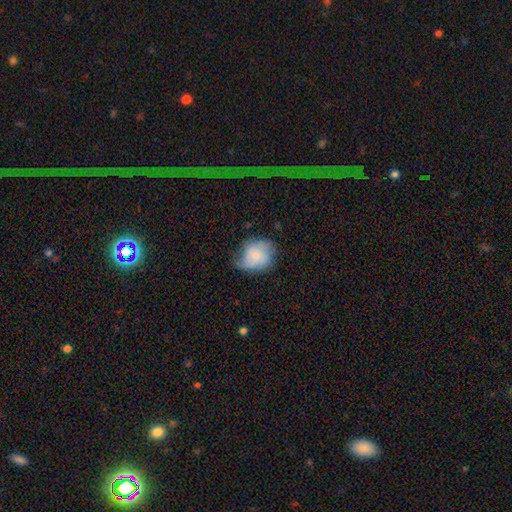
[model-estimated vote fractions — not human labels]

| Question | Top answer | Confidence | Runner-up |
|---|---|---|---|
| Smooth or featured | smooth | 56% | featured or disk (36%) |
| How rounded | round | 57% | in between (42%) |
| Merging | none | 46% | minor disturbance (37%) |